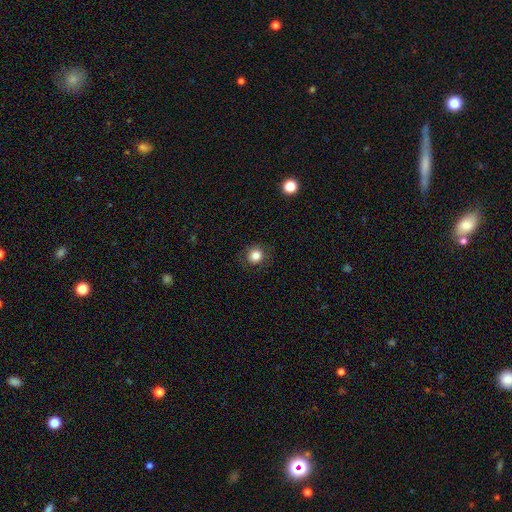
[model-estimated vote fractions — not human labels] The model was most divided on "smooth or featured": smooth: 84%, star or artifact: 11%, featured or disk: 6%. More confident: how rounded — round (88%); merging — none (88%).